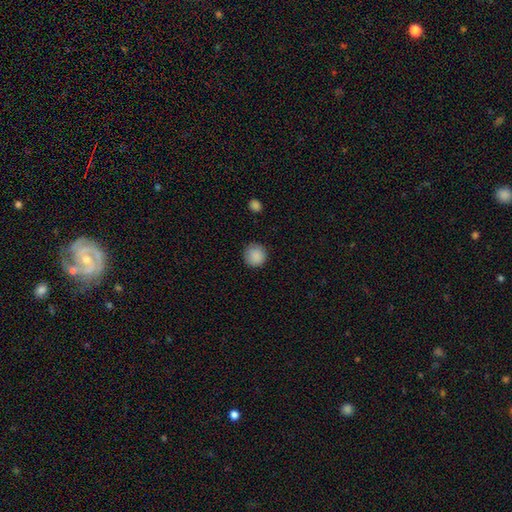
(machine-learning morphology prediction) Smooth or featured?
  - smooth: 89% *
  - star or artifact: 8%
  - featured or disk: 3%
How rounded?
  - round: 94% *
  - in between: 5%
  - cigar-shaped: 1%
Merging?
  - none: 88% *
  - minor disturbance: 8%
  - major disturbance: 2%
  - merger: 1%